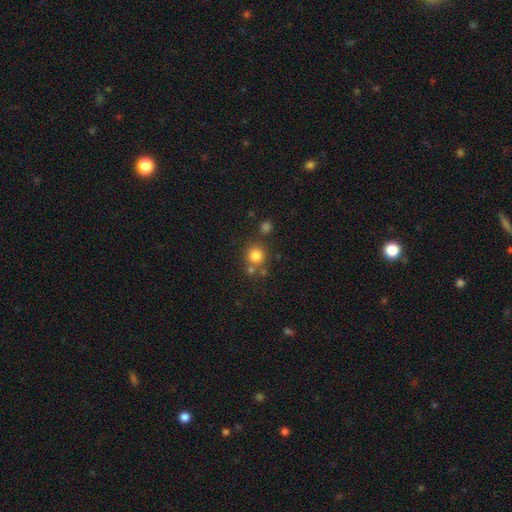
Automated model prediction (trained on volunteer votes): Q: Smooth or featured?
A: smooth (80%); runner-up: star or artifact (13%)
Q: How rounded?
A: round (91%); runner-up: in between (8%)
Q: Merging?
A: none (70%); runner-up: merger (17%)